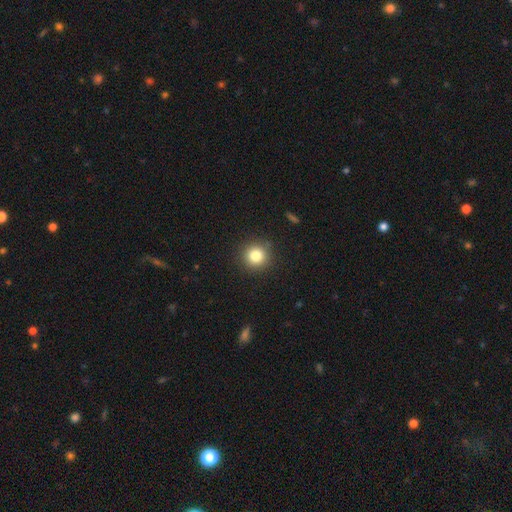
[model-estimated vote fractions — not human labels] A smooth galaxy with no disk features (83%) that is round (94%).

Vote fractions:
- Smooth or featured? smooth: 83% / star or artifact: 11% / featured or disk: 6%
- How rounded? round: 94% / in between: 6% / cigar-shaped: 1%
- Merging? none: 90% / minor disturbance: 6% / major disturbance: 2% / merger: 1%